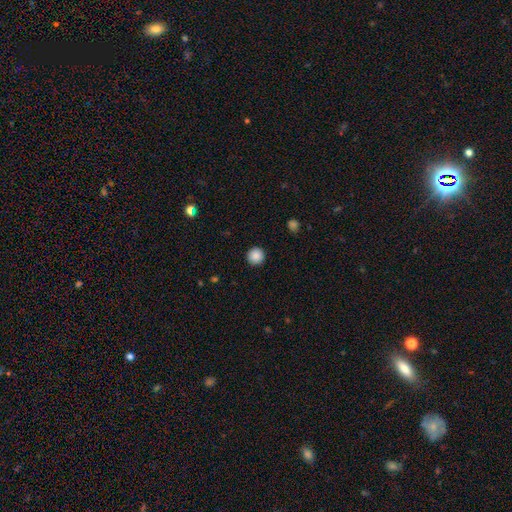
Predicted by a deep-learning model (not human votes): The model was most divided on "smooth or featured": smooth: 88%, star or artifact: 9%, featured or disk: 3%. More confident: how rounded — round (96%); merging — none (92%).